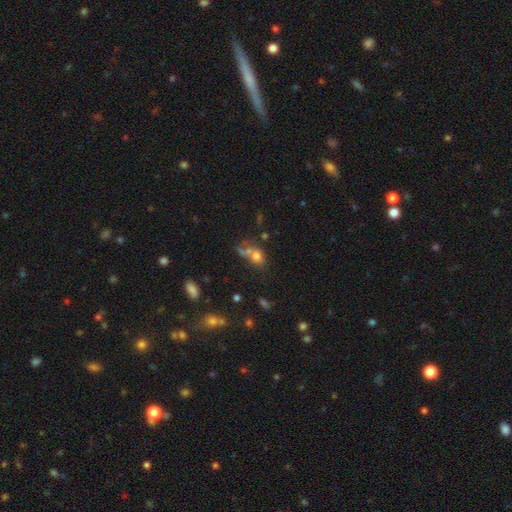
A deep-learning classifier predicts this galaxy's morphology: type=smooth (69%); roundness=in between (53%); merging=merger (39%).